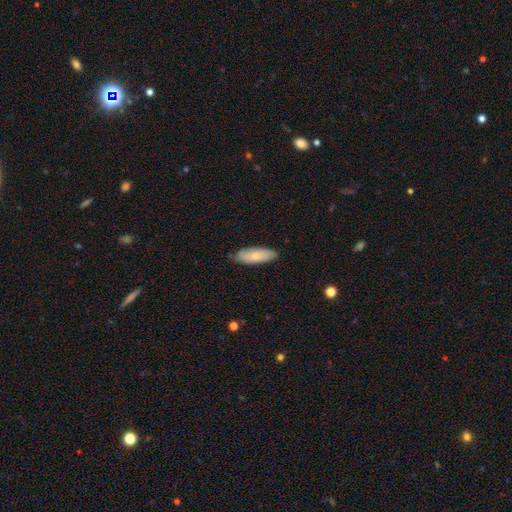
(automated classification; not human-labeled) Smooth or featured? Predicted: smooth (p=0.70). How rounded? Predicted: in between (p=0.67). Merging? Predicted: none (p=0.81).